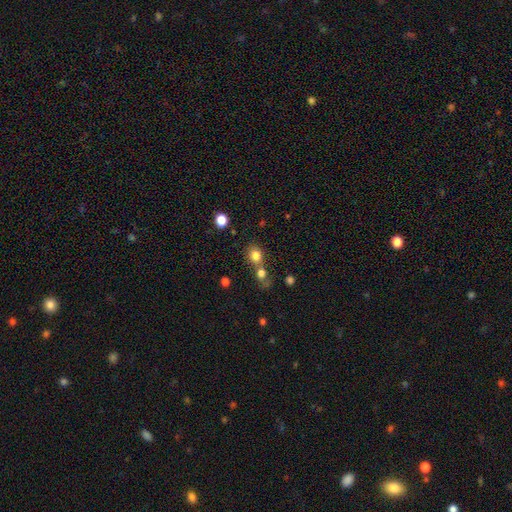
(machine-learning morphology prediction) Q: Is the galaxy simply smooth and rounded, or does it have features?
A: smooth — 80%.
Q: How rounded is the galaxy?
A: round — 74%.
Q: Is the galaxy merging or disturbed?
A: none — 49%.